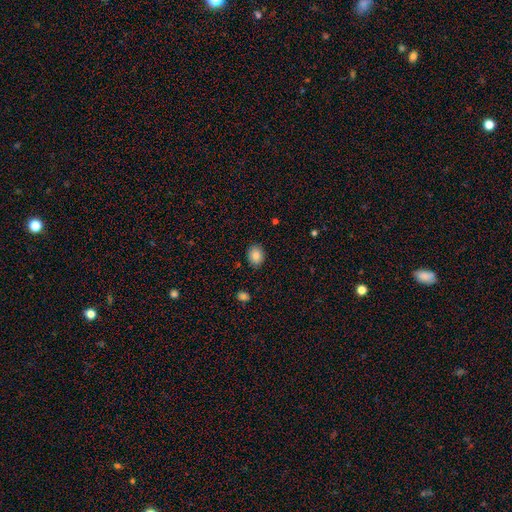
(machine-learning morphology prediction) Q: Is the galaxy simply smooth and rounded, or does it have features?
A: smooth — 85%.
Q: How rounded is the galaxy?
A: round — 51%.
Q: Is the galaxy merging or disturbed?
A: none — 88%.